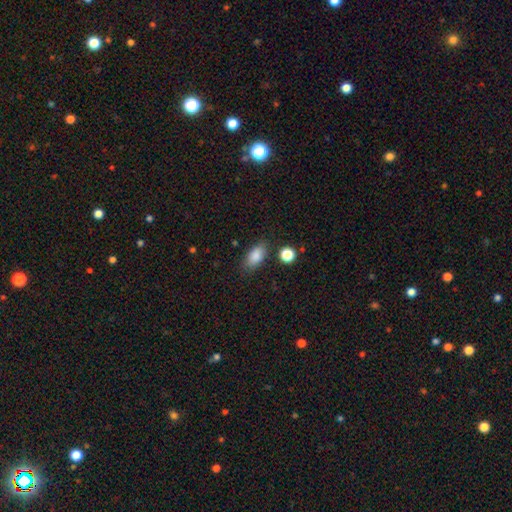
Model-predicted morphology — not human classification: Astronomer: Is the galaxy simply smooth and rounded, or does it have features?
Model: smooth — 86%.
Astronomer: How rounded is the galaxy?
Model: in between — 87%.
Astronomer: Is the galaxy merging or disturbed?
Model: none — 79%.